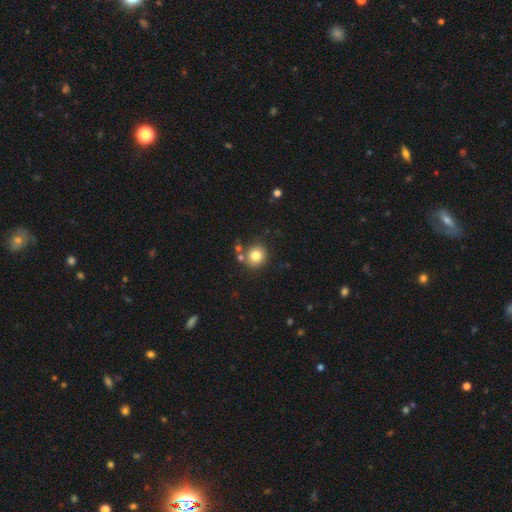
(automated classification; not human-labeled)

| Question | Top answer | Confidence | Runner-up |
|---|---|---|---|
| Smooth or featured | smooth | 80% | star or artifact (11%) |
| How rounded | round | 85% | in between (15%) |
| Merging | none | 76% | merger (11%) |